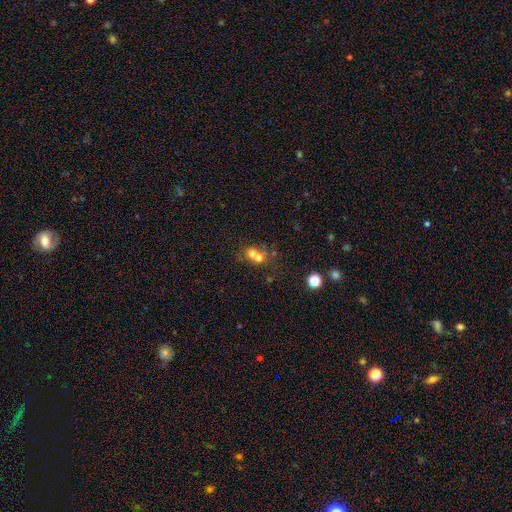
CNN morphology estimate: A smooth galaxy with no disk features (63%) that is round (72%). Merging: merger (63%).